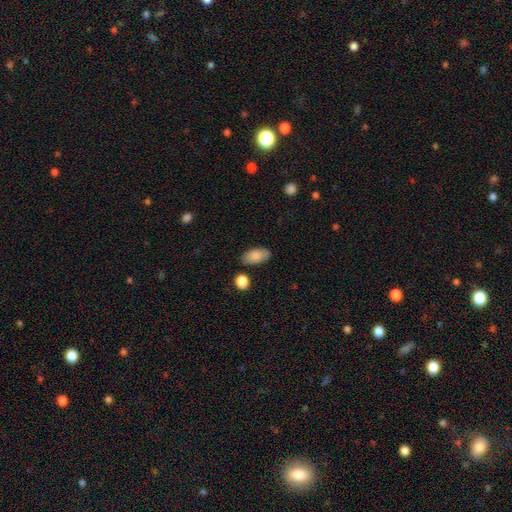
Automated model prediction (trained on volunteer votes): Smooth or featured?
  - smooth: 87% *
  - star or artifact: 7%
  - featured or disk: 6%
How rounded?
  - in between: 93% *
  - cigar-shaped: 3%
  - round: 3%
Merging?
  - none: 81% *
  - minor disturbance: 13%
  - merger: 3%
  - major disturbance: 3%